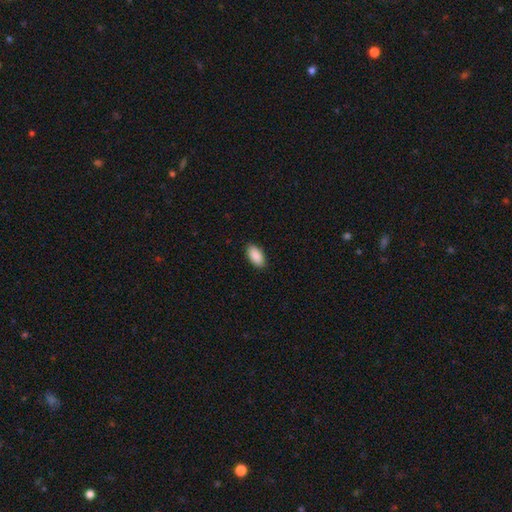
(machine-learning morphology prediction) smooth_or_featured: smooth (p=0.90) [alt: star or artifact p=0.06]
how_rounded: in between (p=0.94) [alt: cigar-shaped p=0.04]
merging: none (p=0.90) [alt: minor disturbance p=0.07]